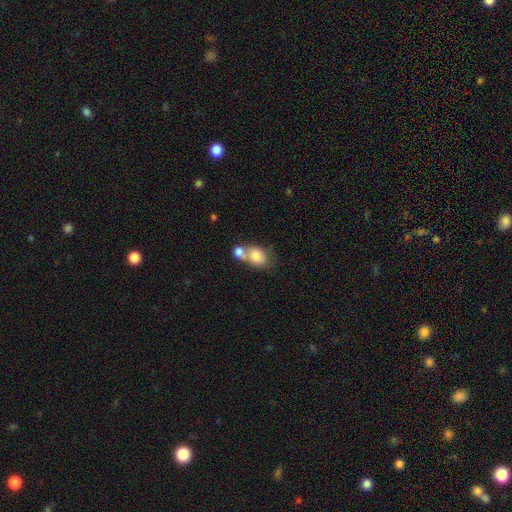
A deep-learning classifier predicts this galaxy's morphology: A smooth galaxy with no disk features (79%) that is in between round and cigar-shaped (62%). Merging: merger (63%).